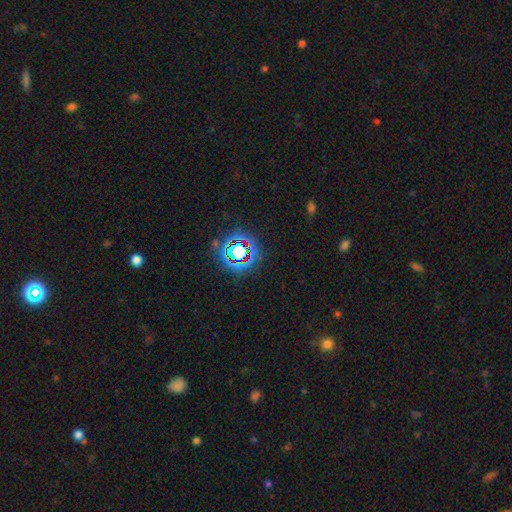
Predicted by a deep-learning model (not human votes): star or artifact 78%, smooth 13%, featured or disk 9%.